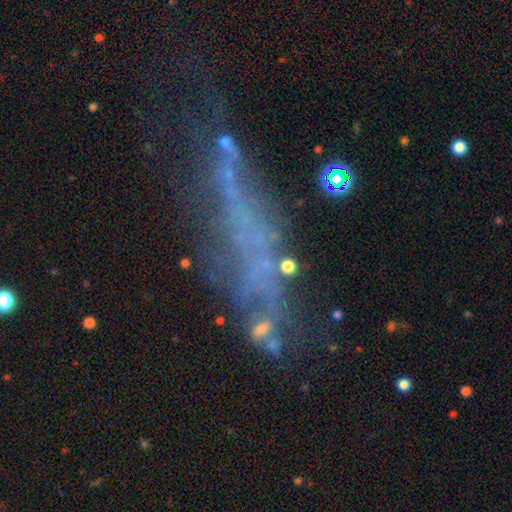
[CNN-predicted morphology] This is possibly a featured or disk galaxy (51%). It is possibly not viewed edge-on (58%). Merging: possibly none (49%).